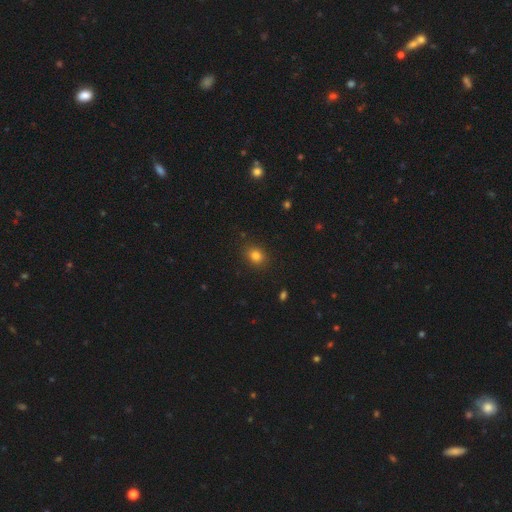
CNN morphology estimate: Smooth or featured? smooth (81%)
How rounded? round (59%)
Merging? none (88%)